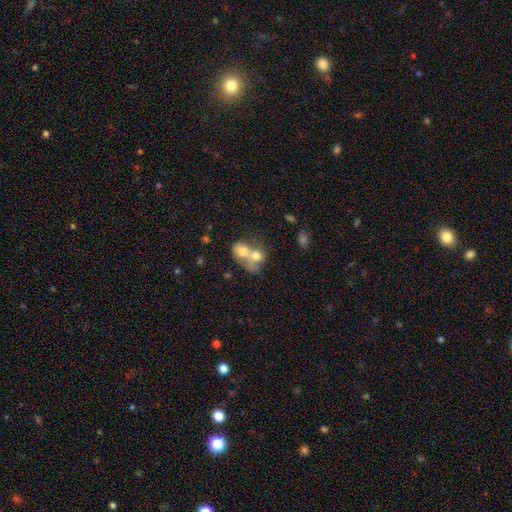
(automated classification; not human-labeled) This is likely a smooth galaxy (65%). How rounded: possibly in between (52%). Merging: likely merger (80%).